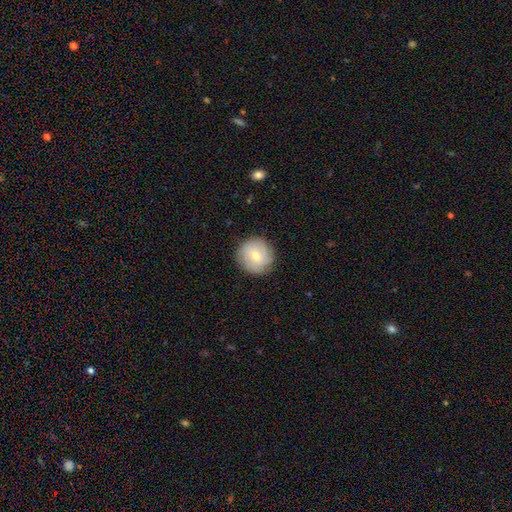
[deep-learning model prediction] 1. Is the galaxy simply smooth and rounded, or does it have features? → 64% smooth, 27% featured or disk, 9% star or artifact.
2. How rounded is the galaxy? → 95% round, 4% in between, 1% cigar-shaped.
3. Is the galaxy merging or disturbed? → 88% none, 9% minor disturbance, 2% major disturbance, 1% merger.